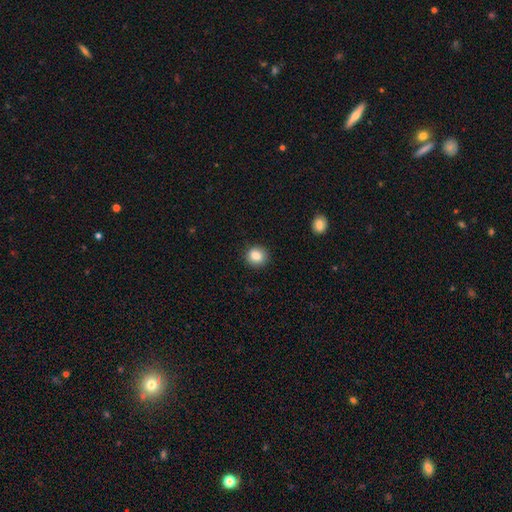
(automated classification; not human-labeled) A smooth galaxy with no disk features (86%) that is round (85%).

Vote fractions:
- Smooth or featured? smooth: 86% / star or artifact: 10% / featured or disk: 5%
- How rounded? round: 85% / in between: 14% / cigar-shaped: 1%
- Merging? none: 89% / minor disturbance: 7% / major disturbance: 2% / merger: 1%